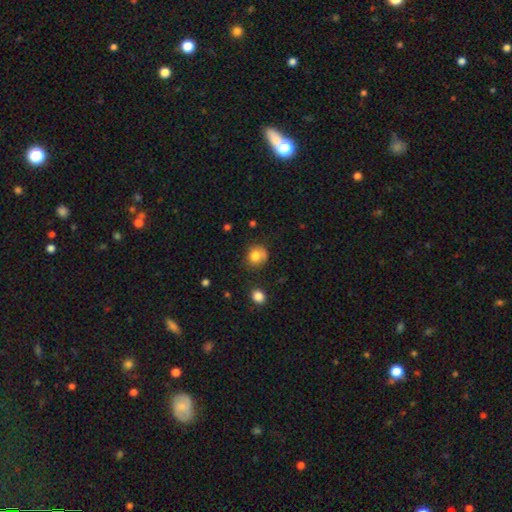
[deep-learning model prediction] This appears to be a smooth galaxy with no disk features (79%) that is round (77%). Merging: none (59%).